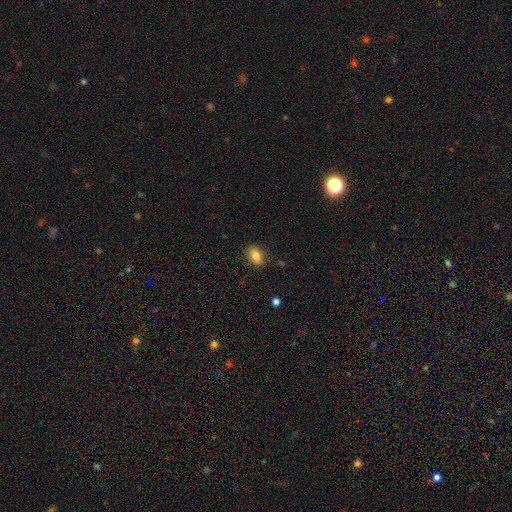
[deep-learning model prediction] smooth 81%, featured or disk 10%, star or artifact 9%. Down the decision tree: how rounded — in between (81%); merging — none (84%).